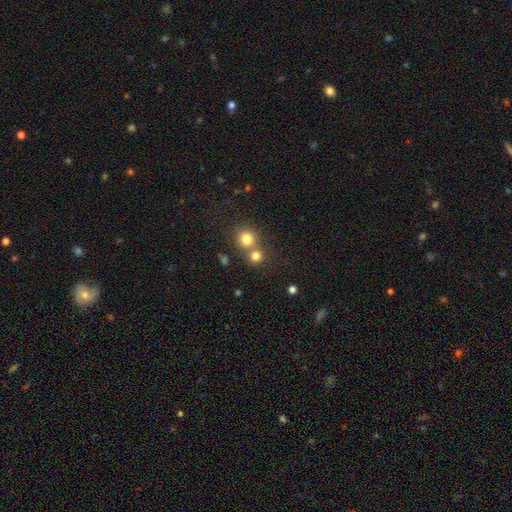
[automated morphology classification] Smooth or featured? Predicted: smooth (p=0.79). How rounded? Predicted: round (p=0.89). Merging? Predicted: none (p=0.55).